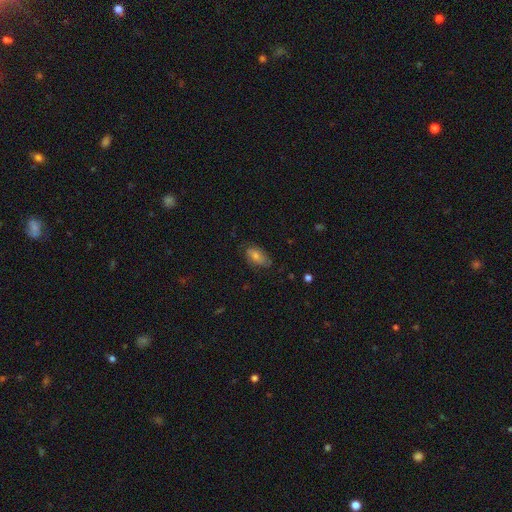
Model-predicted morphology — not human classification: This appears to be a smooth galaxy with no disk features (57%) that is in between round and cigar-shaped (87%). Merging: none (67%).